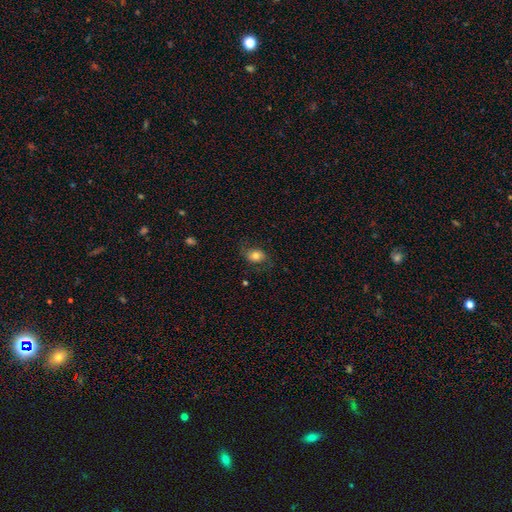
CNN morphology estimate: Overall: smooth (70%). How rounded: in between (64%; round 35%). Merging: none (69%).